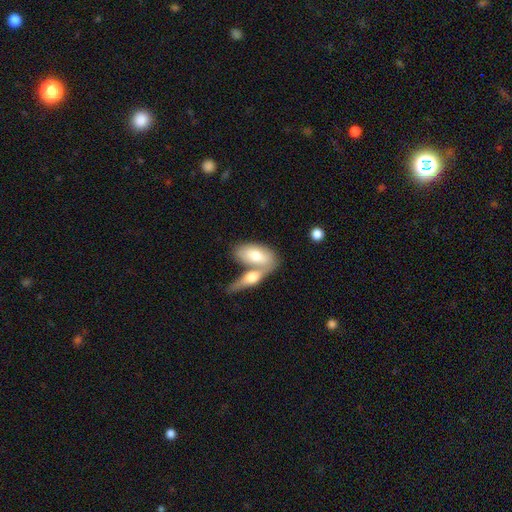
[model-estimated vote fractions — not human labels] A smooth galaxy with no disk features (66%) that is in between round and cigar-shaped (88%). Merging: merger (60%).